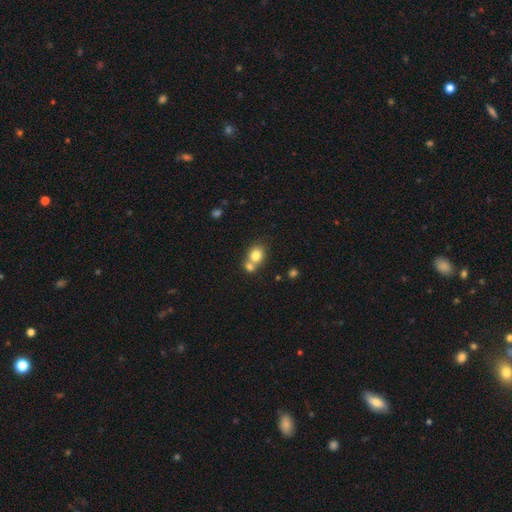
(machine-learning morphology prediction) This is likely a smooth galaxy (79%). How rounded: likely round (67%). Merging: possibly merger (50%).